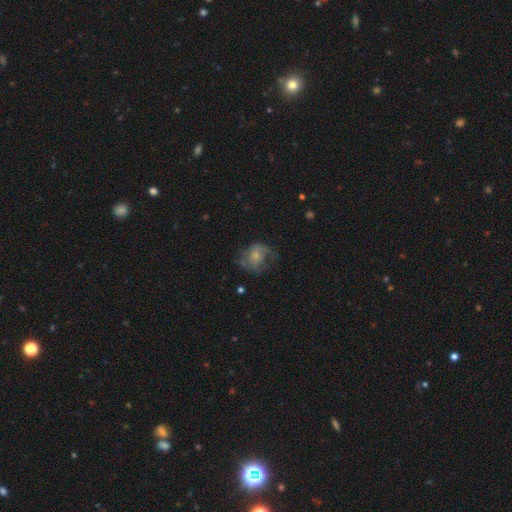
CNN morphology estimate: This is possibly a smooth galaxy (51%). How rounded: possibly round (58%). Merging: marginally none (43%).